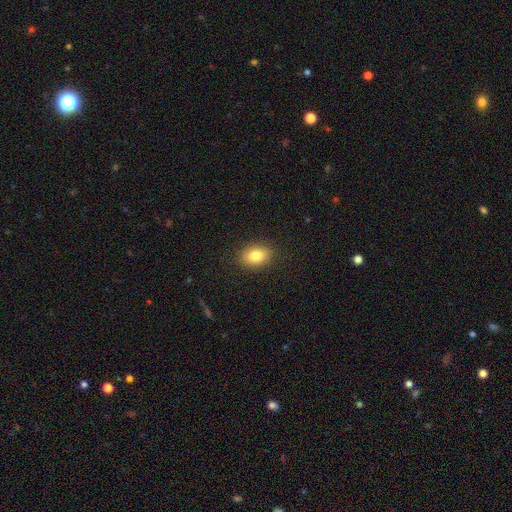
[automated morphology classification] Smooth or featured? smooth (82%)
How rounded? in between (78%)
Merging? none (88%)